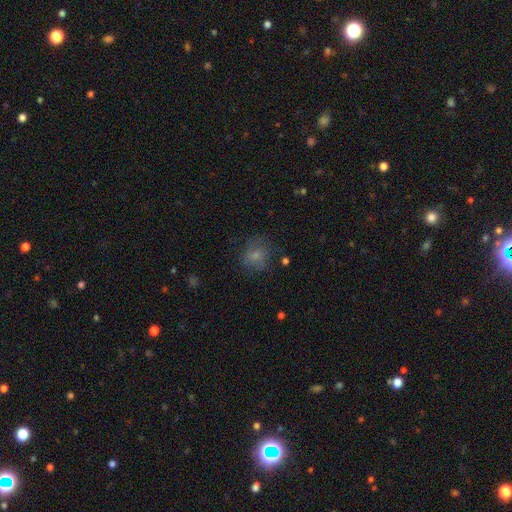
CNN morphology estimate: Smooth or featured: smooth — 71% (featured or disk — 16%)
How rounded: round — 72% (in between — 27%)
Merging: none — 68% (minor disturbance — 19%)